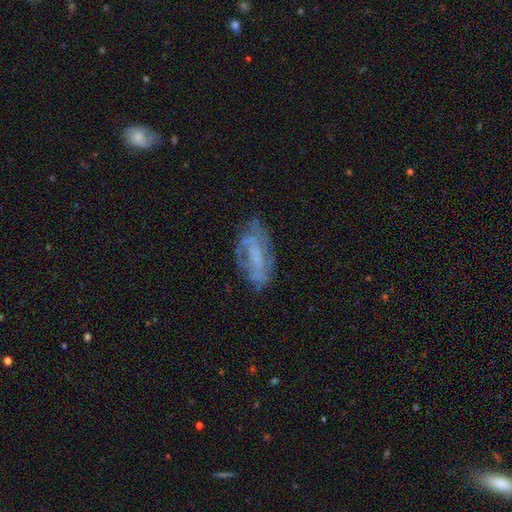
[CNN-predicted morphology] Smooth or featured: featured or disk — 61% (smooth — 29%)
Edge-on disk: no — 89% (yes — 11%)
Bar: no — 54% (weak — 32%)
Spiral arms: yes — 60% (no — 40%)
Bulge size: none — 51% (small — 23%)
Merging: none — 60% (minor disturbance — 24%)